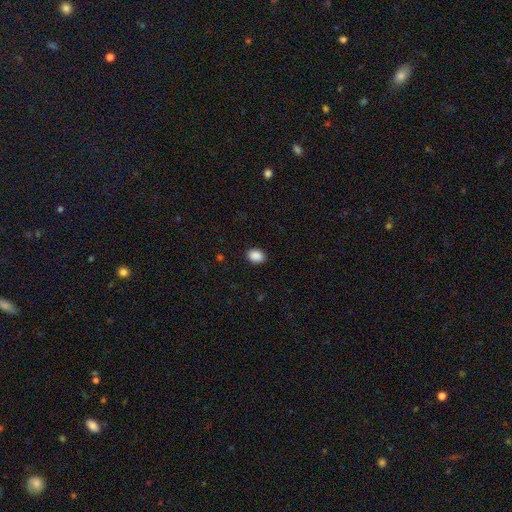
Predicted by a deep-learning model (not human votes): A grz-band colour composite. It shows a smooth galaxy with no disk features (89%) that is in between round and cigar-shaped (71%). Merging: none (88%).